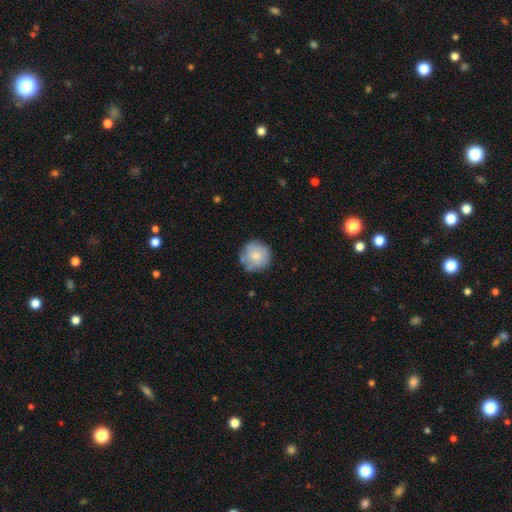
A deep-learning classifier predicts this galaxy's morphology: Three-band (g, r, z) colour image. It shows a smooth galaxy with no disk features (75%) that is round (94%). Merging: none (78%).